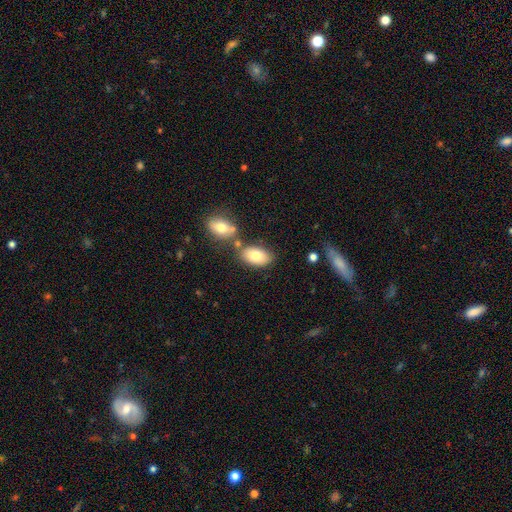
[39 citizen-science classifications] Smooth or featured: smooth — 85% (featured or disk — 13%)
How rounded: in between — 91% (round — 9%)
Merging: none — 61% (minor disturbance — 29%)